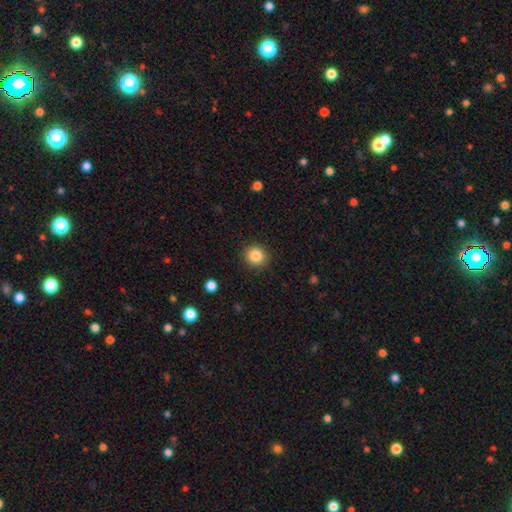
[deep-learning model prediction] Smooth or featured?
  - smooth: 85% *
  - star or artifact: 10%
  - featured or disk: 5%
How rounded?
  - round: 88% *
  - in between: 11%
  - cigar-shaped: 1%
Merging?
  - none: 90% *
  - minor disturbance: 6%
  - major disturbance: 2%
  - merger: 1%